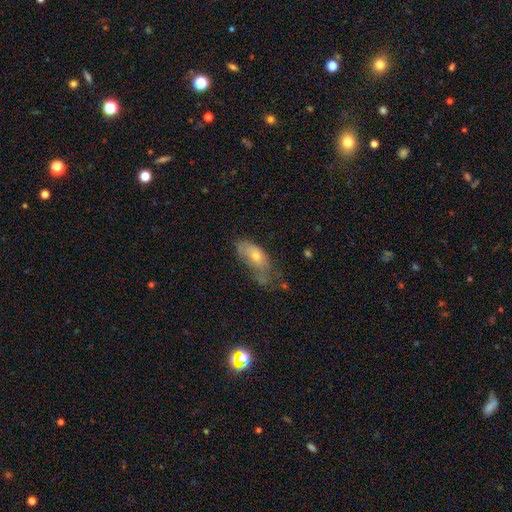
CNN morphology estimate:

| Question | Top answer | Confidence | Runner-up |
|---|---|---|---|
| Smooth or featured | smooth | 57% | featured or disk (33%) |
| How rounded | in between | 82% | cigar-shaped (14%) |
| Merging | minor disturbance | 34% | major disturbance (30%) |